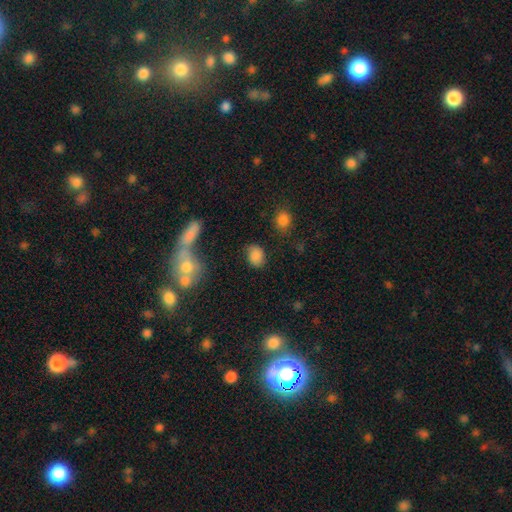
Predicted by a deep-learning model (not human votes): Overall: smooth (82%). How rounded: in between (64%; round 35%). Merging: none (72%).